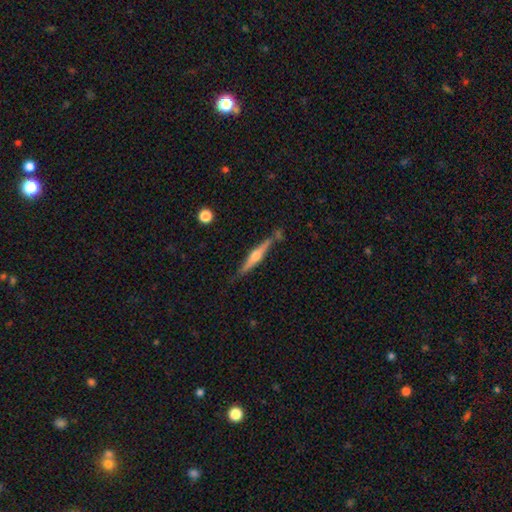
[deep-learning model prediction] Smooth or featured: featured or disk — 68% (smooth — 26%)
Edge-on disk: yes — 97% (no — 3%)
Edge-on bulge: rounded — 90% (none — 5%)
Merging: none — 78% (minor disturbance — 14%)